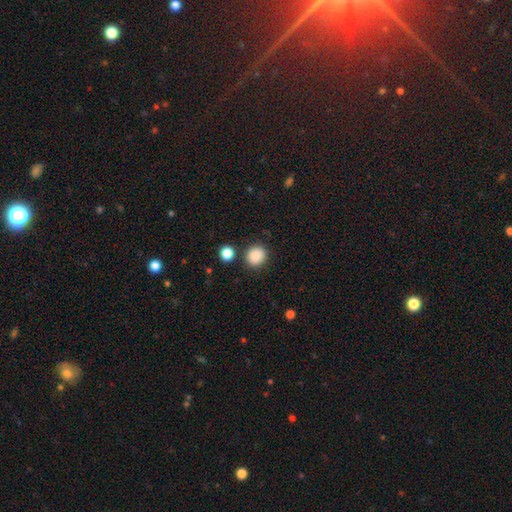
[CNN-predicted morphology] smooth-or-featured: smooth: 87% | star or artifact: 9% | featured or disk: 4%
  how-rounded: round: 84% | in between: 15% | cigar-shaped: 1%
  merging: none: 84% | minor disturbance: 9% | merger: 4% | major disturbance: 3%